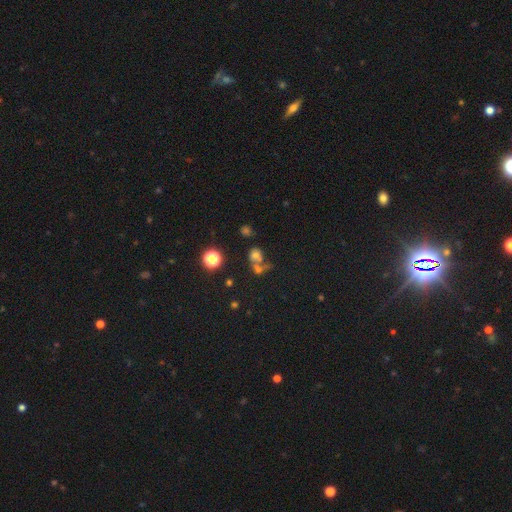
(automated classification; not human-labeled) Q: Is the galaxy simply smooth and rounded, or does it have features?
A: smooth — 57%.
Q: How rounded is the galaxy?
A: round — 70%.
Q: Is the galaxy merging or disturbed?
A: merger — 48%.